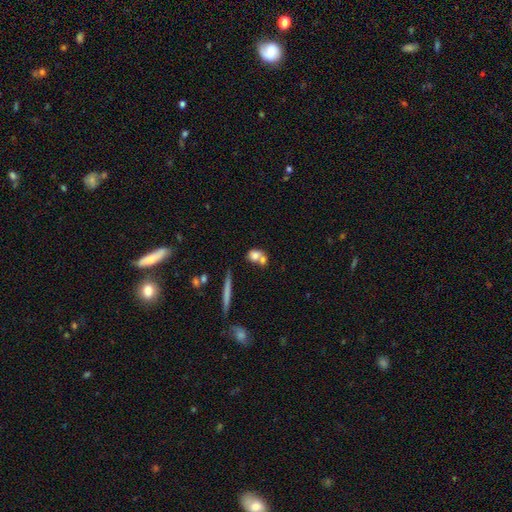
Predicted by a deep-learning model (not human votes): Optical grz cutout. It shows a smooth galaxy with no disk features (71%) that is round (55%). Merging: merger (47%).